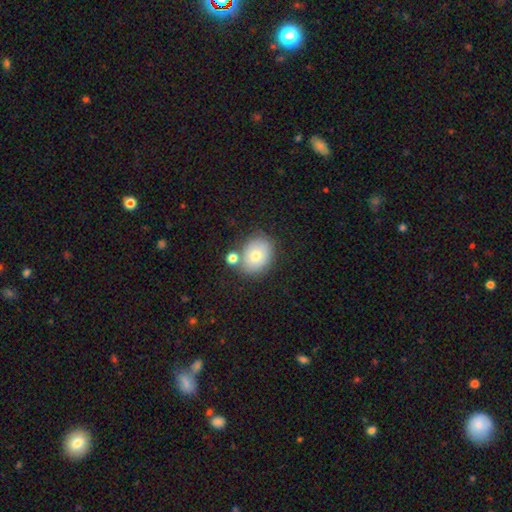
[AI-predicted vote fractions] A smooth galaxy with no disk features (72%) that is round (52%). Merging: none (66%).